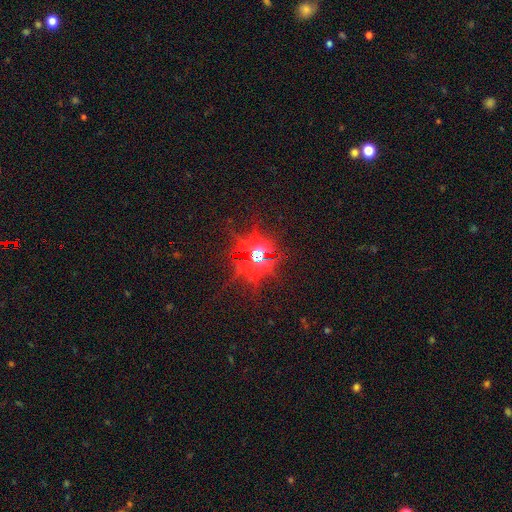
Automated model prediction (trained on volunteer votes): Smooth or featured? star or artifact (81%)